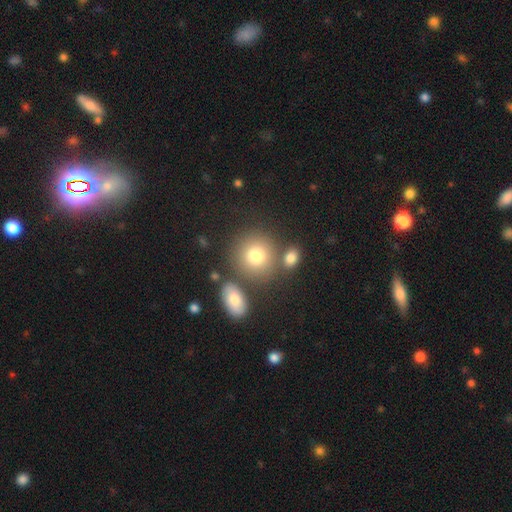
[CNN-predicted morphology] Smooth or featured? Predicted: smooth (p=0.79). How rounded? Predicted: round (p=0.85). Merging? Predicted: none (p=0.70).